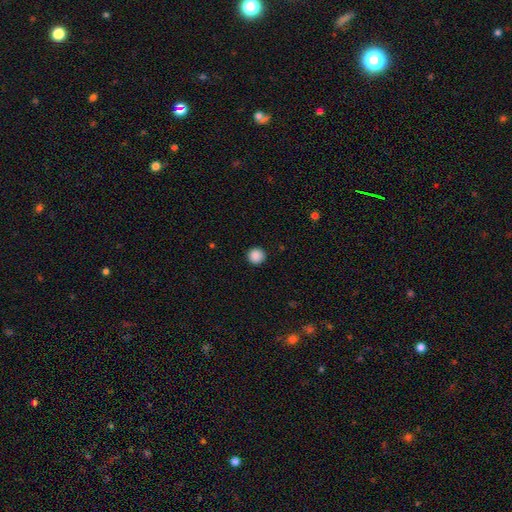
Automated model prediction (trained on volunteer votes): This is clearly a smooth galaxy (88%). How rounded: clearly round (95%). Merging: clearly none (93%).